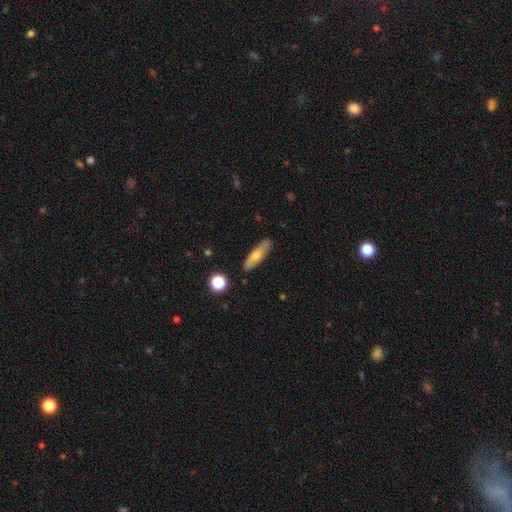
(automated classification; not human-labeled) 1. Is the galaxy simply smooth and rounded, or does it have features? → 67% smooth, 26% featured or disk, 7% star or artifact.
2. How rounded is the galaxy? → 60% cigar-shaped, 37% in between, 3% round.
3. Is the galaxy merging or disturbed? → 85% none, 11% minor disturbance, 2% major disturbance, 2% merger.